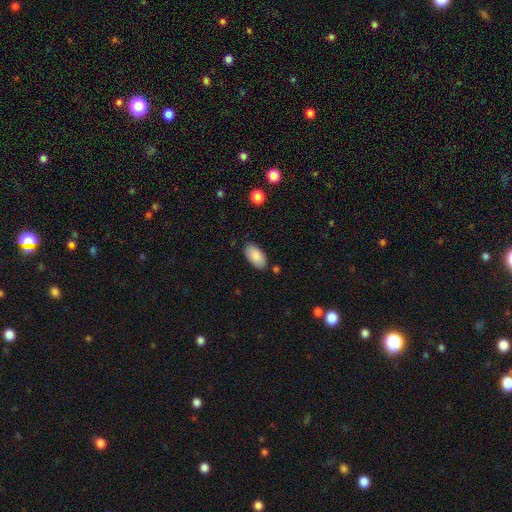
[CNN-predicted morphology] smooth_or_featured: smooth (p=0.87) [alt: featured or disk p=0.07]
how_rounded: in between (p=0.95) [alt: cigar-shaped p=0.03]
merging: none (p=0.84) [alt: minor disturbance p=0.11]